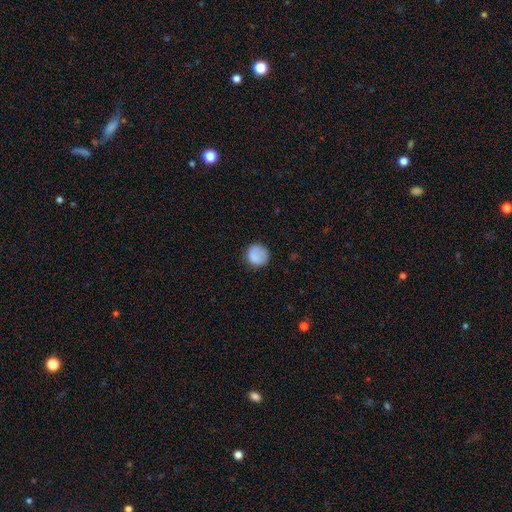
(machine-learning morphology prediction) This is clearly a smooth galaxy (82%). How rounded: clearly round (90%). Merging: likely none (78%).